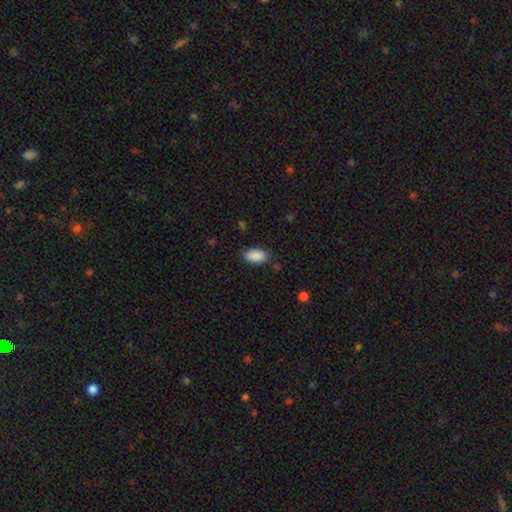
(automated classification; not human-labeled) smooth 90%, star or artifact 7%, featured or disk 3%. Down the decision tree: how rounded — in between (94%); merging — none (84%).